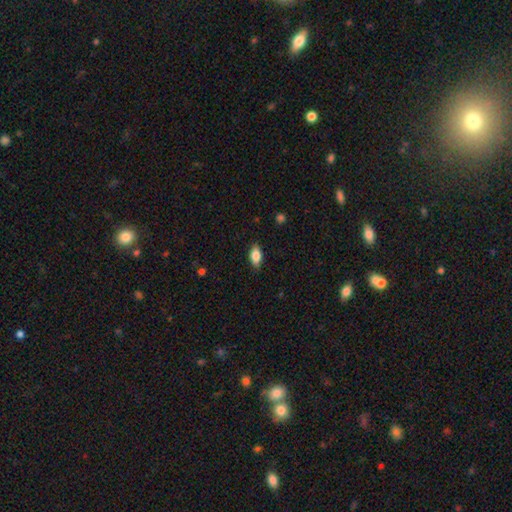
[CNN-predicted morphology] The model was most divided on "smooth or featured": smooth: 81%, featured or disk: 12%, star or artifact: 7%. More confident: how rounded — in between (88%); merging — none (85%).